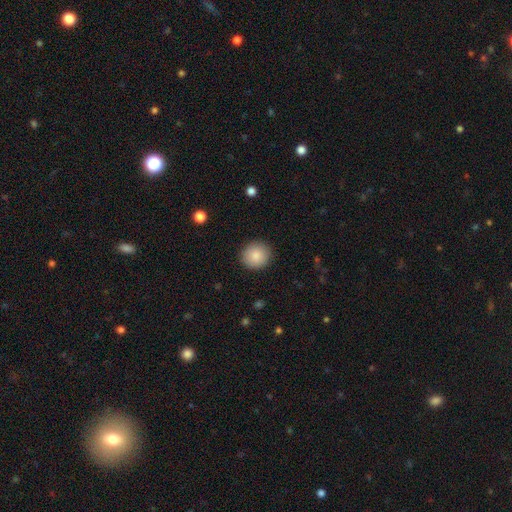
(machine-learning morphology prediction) smooth-or-featured: smooth: 87% | star or artifact: 8% | featured or disk: 5%
  how-rounded: round: 90% | in between: 9% | cigar-shaped: 1%
  merging: none: 91% | minor disturbance: 6% | major disturbance: 2% | merger: 1%